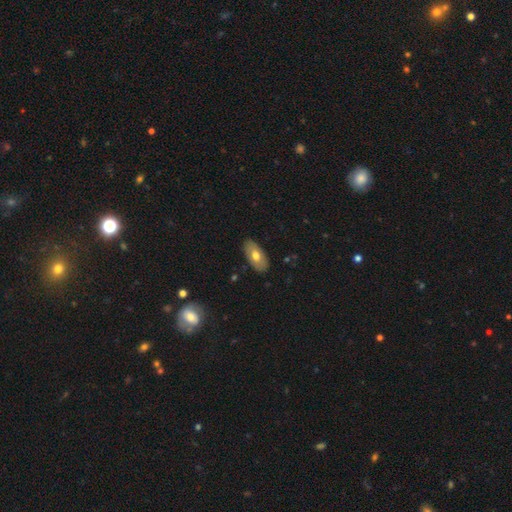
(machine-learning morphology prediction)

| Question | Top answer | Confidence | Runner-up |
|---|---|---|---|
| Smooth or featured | smooth | 64% | featured or disk (30%) |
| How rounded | in between | 93% | cigar-shaped (4%) |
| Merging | none | 86% | minor disturbance (11%) |